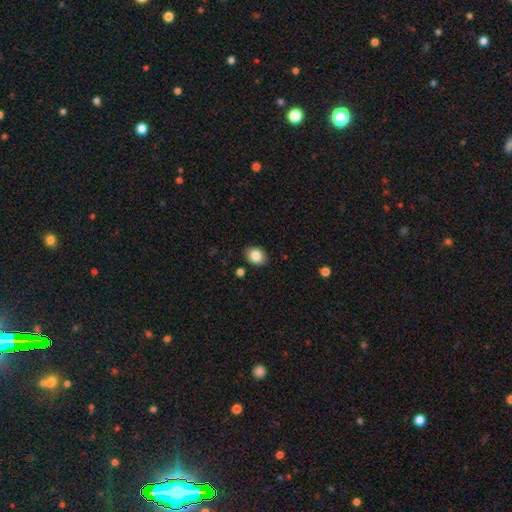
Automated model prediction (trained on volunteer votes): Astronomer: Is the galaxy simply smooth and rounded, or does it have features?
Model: smooth — 85%.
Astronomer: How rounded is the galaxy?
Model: in between — 65%.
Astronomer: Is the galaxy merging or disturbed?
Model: none — 87%.